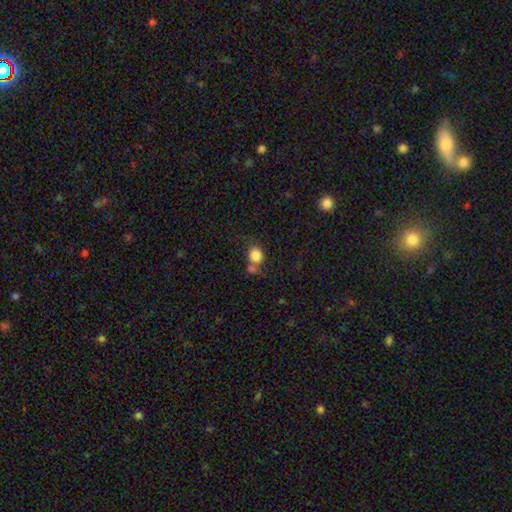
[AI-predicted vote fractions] Q: Smooth or featured?
A: smooth (81%); runner-up: star or artifact (10%)
Q: How rounded?
A: round (75%); runner-up: in between (23%)
Q: Merging?
A: none (44%); runner-up: merger (35%)